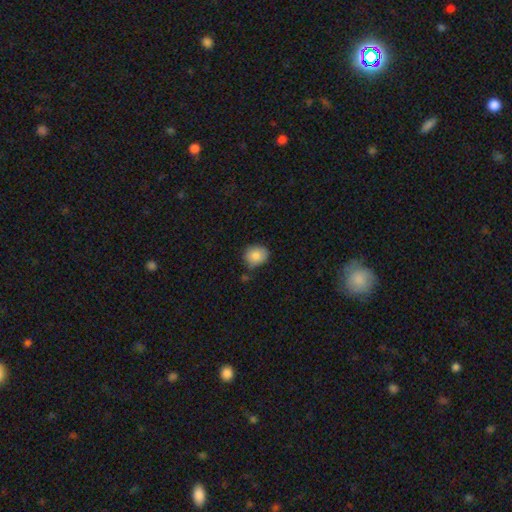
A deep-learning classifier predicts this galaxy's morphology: A smooth galaxy with no disk features (83%) that is round (72%). Merging: none (70%).